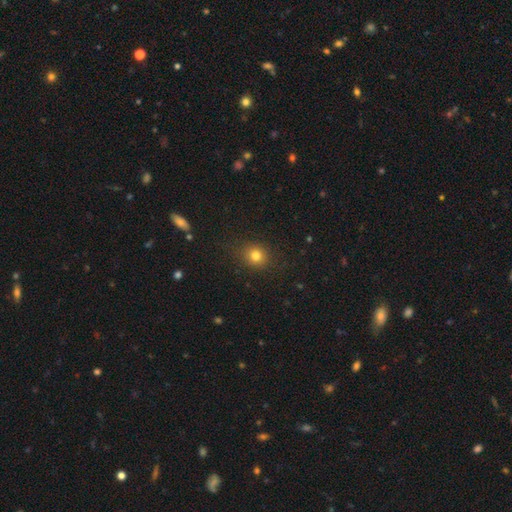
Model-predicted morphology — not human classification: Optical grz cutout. It shows a smooth galaxy with no disk features (79%) that is round (80%). Merging: none (87%).